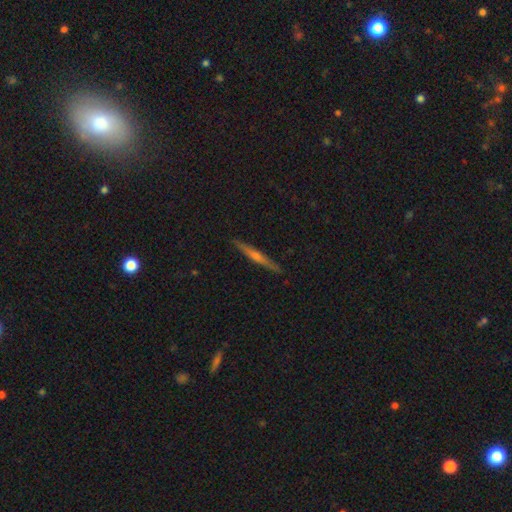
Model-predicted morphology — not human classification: Smooth or featured: featured or disk — 65% (smooth — 28%)
Edge-on disk: yes — 97% (no — 3%)
Edge-on bulge: rounded — 66% (none — 27%)
Merging: none — 91% (minor disturbance — 7%)